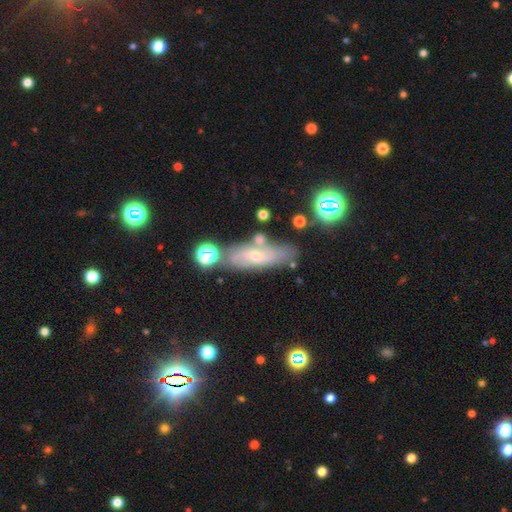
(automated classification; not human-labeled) Overall: featured or disk (48%; smooth 40%). Merging: none (62%).